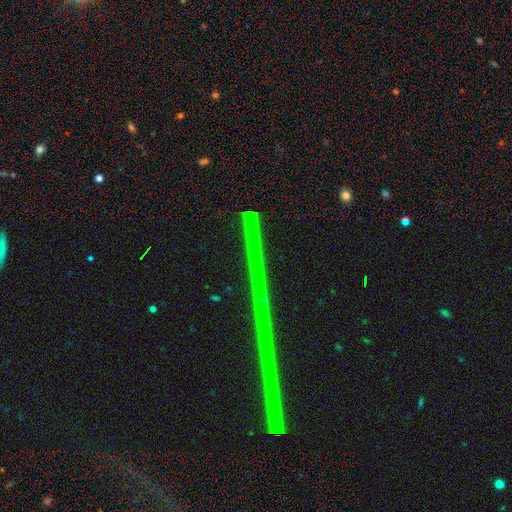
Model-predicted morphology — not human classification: Smooth or featured: star or artifact — 73% (featured or disk — 18%)